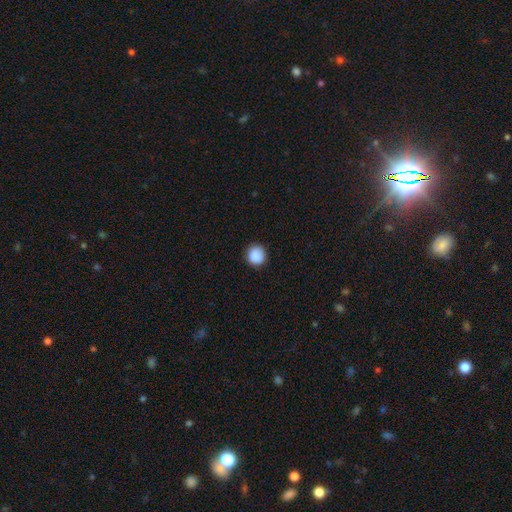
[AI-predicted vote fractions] Smooth or featured: smooth — 89% (star or artifact — 8%)
How rounded: round — 92% (in between — 7%)
Merging: none — 91% (minor disturbance — 6%)